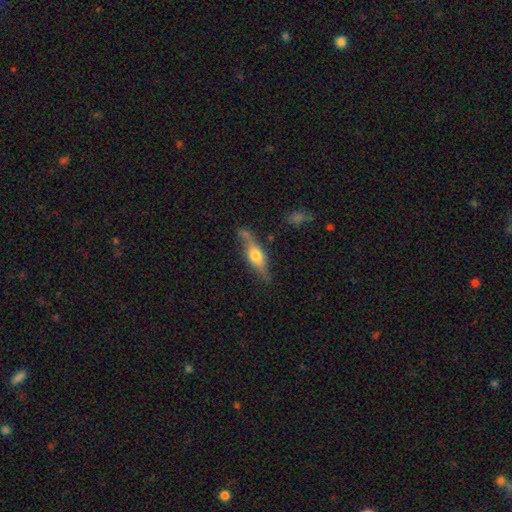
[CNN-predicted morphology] A featured or disk galaxy (56%) viewed edge-on (86%).

Vote fractions:
- Smooth or featured? featured or disk: 56% / smooth: 38% / star or artifact: 6%
- Edge-on disk? yes: 86% / no: 14%
- Merging? none: 69% / minor disturbance: 19% / merger: 6% / major disturbance: 6%